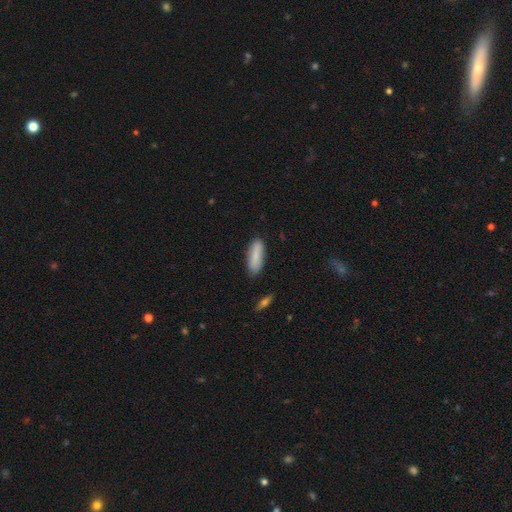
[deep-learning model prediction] The model was most divided on "how rounded": in between: 56%, cigar-shaped: 43%, round: 2%. More confident: smooth or featured — smooth (84%); merging — none (84%).